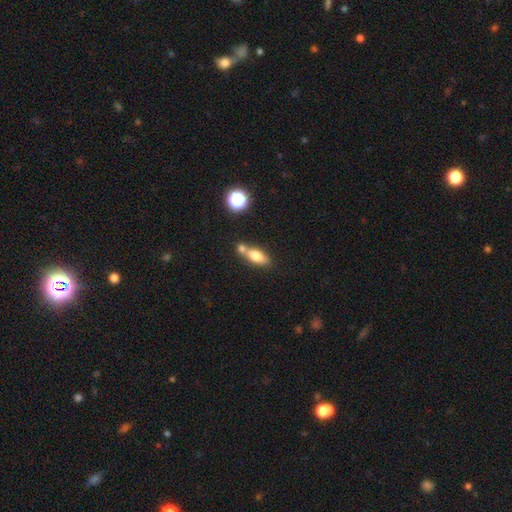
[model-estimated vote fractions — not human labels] A smooth galaxy with no disk features (70%) that is in between round and cigar-shaped (70%). Merging: none (45%).